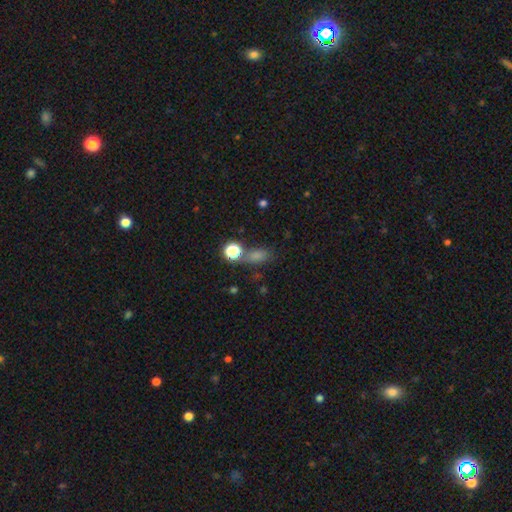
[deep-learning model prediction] Q: Smooth or featured?
A: smooth (68%); runner-up: star or artifact (25%)
Q: How rounded?
A: in between (68%); runner-up: round (25%)
Q: Merging?
A: none (61%); runner-up: minor disturbance (16%)